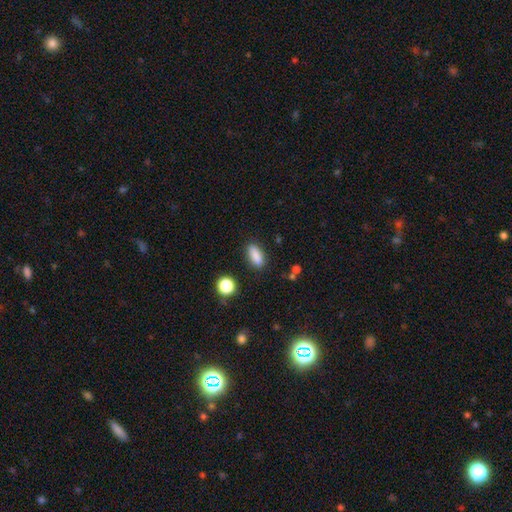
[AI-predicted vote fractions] This appears to be a smooth galaxy with no disk features (85%) that is in between round and cigar-shaped (66%). Merging: none (84%).